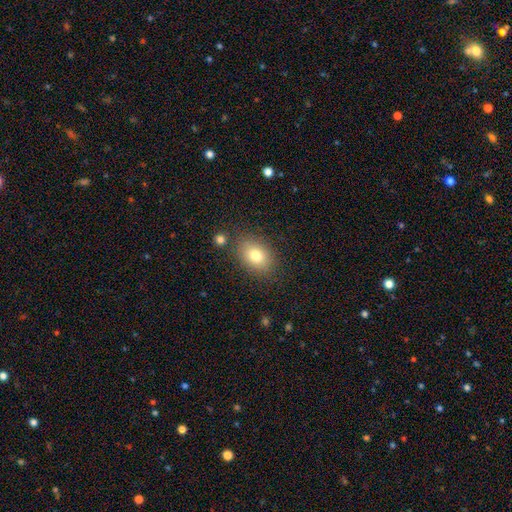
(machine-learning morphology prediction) smooth_or_featured: smooth (p=0.78) [alt: featured or disk p=0.12]
how_rounded: in between (p=0.76) [alt: round p=0.23]
merging: none (p=0.81) [alt: minor disturbance p=0.12]